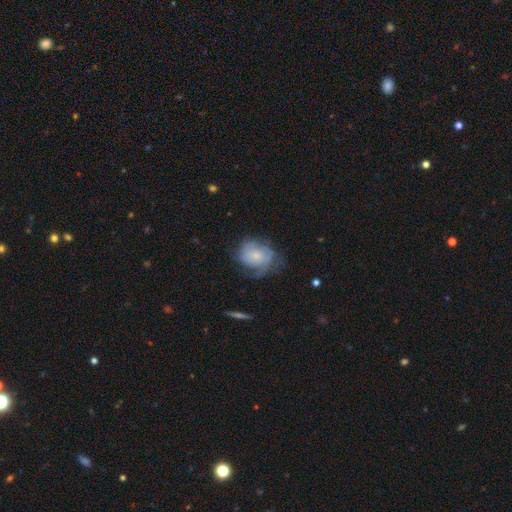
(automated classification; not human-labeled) featured or disk 54%, smooth 39%, star or artifact 8%. Down the decision tree: edge-on disk — no (97%); bar — no (76%); spiral arms — yes (79%); bulge size — small (57%); merging — none (46%).